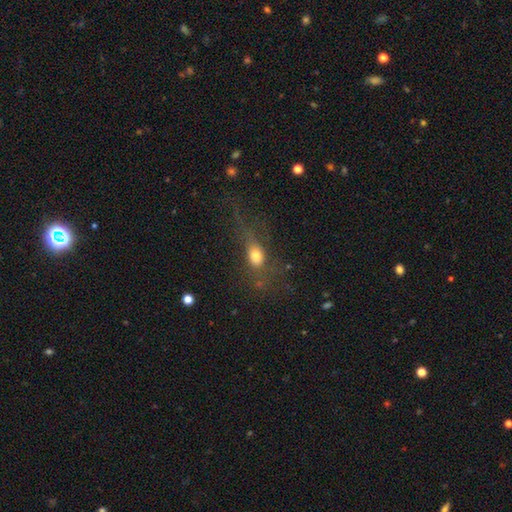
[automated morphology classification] smooth-or-featured: smooth: 68% | featured or disk: 16% | star or artifact: 15%
  how-rounded: in between: 70% | round: 19% | cigar-shaped: 11%
  merging: none: 44% | major disturbance: 33% | minor disturbance: 19% | merger: 5%